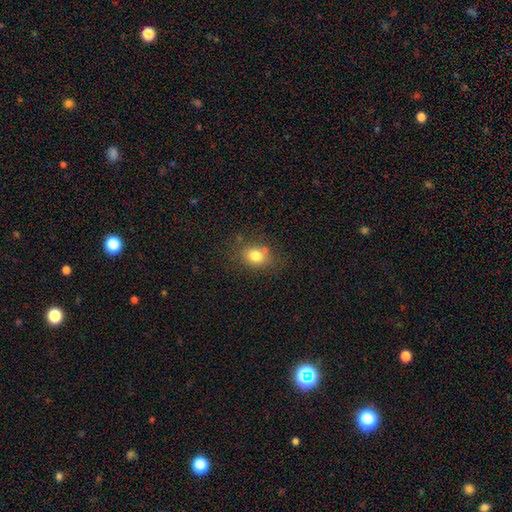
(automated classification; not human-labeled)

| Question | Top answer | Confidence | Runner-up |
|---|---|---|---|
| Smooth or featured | smooth | 77% | star or artifact (12%) |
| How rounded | in between | 51% | round (48%) |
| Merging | none | 69% | minor disturbance (15%) |